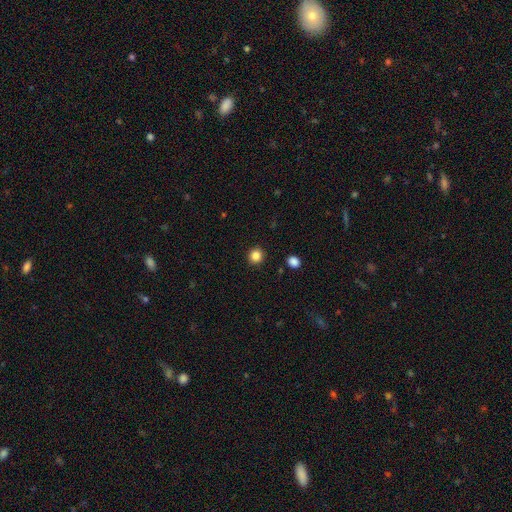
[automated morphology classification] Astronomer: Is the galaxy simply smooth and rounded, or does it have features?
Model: smooth — 86%.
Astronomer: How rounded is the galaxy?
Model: round — 92%.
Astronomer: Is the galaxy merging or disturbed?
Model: none — 92%.